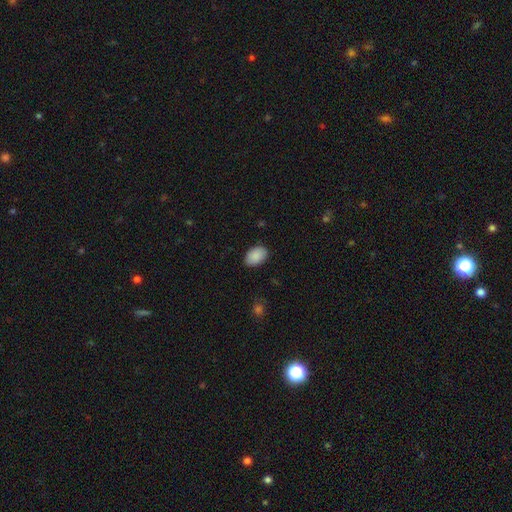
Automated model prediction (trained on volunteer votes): This appears to be a smooth galaxy with no disk features (90%) that is in between round and cigar-shaped (88%). Merging: none (87%).